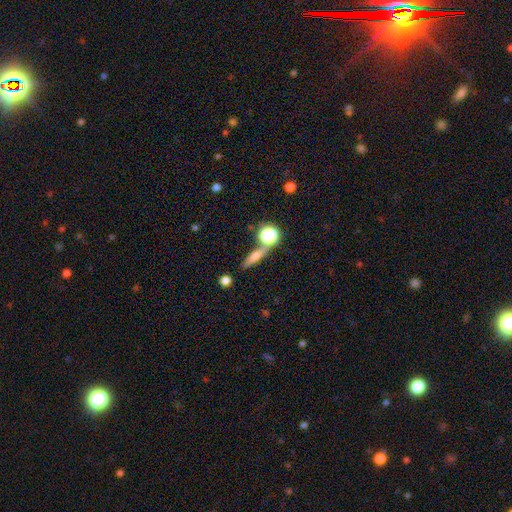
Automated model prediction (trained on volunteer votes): This is possibly a smooth galaxy (59%). How rounded: likely cigar-shaped (62%). Merging: likely none (68%).